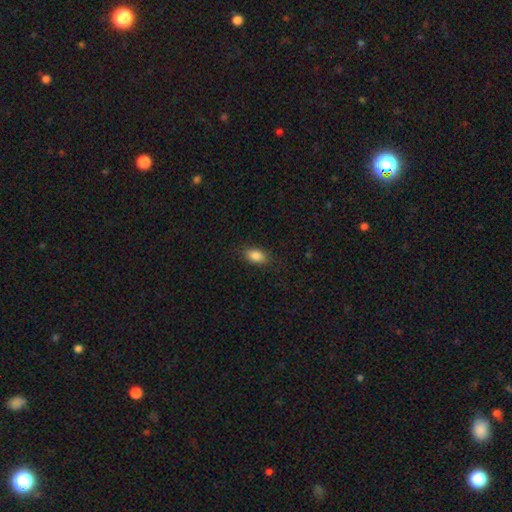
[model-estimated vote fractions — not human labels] smooth-or-featured: smooth: 86% | star or artifact: 8% | featured or disk: 6%
  how-rounded: in between: 88% | round: 9% | cigar-shaped: 3%
  merging: none: 85% | minor disturbance: 11% | major disturbance: 3% | merger: 1%